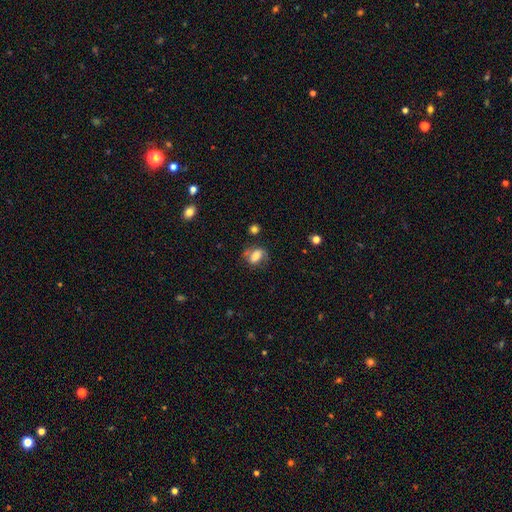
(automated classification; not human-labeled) Morphology: type=smooth (54%); roundness=in between (76%); merging=none (58%).